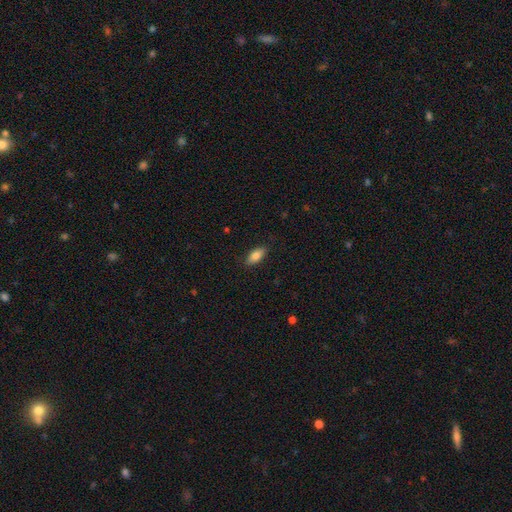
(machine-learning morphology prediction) Smooth or featured: smooth — 82% (featured or disk — 11%)
How rounded: in between — 88% (cigar-shaped — 9%)
Merging: none — 87% (minor disturbance — 10%)